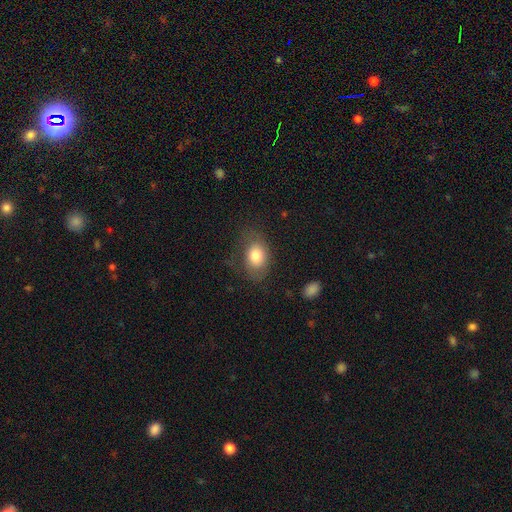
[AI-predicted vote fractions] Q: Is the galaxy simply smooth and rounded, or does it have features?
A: smooth — 77%.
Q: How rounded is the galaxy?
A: in between — 74%.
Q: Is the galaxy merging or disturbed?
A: none — 62%.